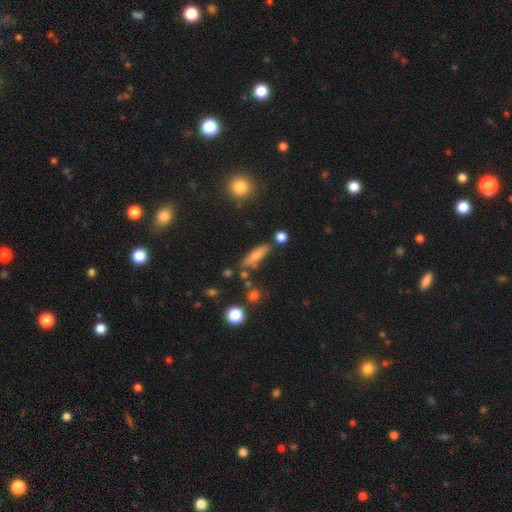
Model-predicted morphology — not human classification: Smooth or featured?
  - smooth: 74% *
  - featured or disk: 17%
  - star or artifact: 9%
How rounded?
  - cigar-shaped: 61% *
  - in between: 36%
  - round: 3%
Merging?
  - none: 68% *
  - minor disturbance: 18%
  - merger: 9%
  - major disturbance: 5%